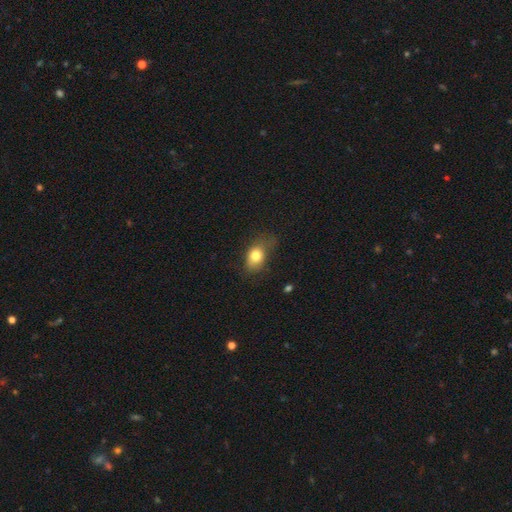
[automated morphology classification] The model was most divided on "merging": none: 50%, minor disturbance: 31%, major disturbance: 17%, merger: 2%. More confident: smooth or featured — smooth (78%); how rounded — in between (69%).